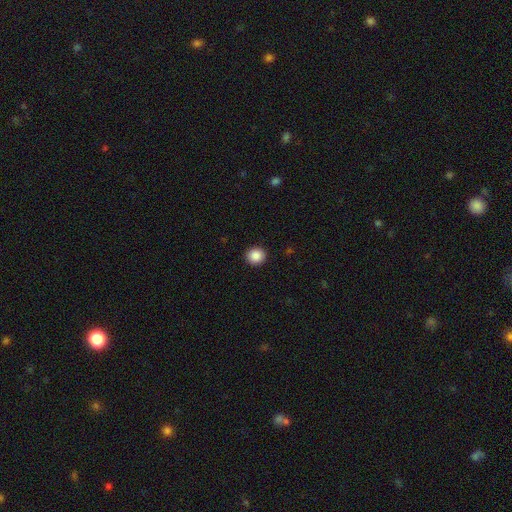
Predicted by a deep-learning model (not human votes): Overall: smooth (88%). How rounded: round (84%). Merging: none (92%).